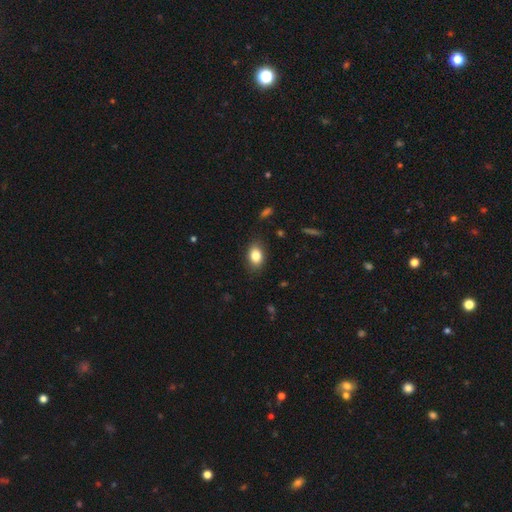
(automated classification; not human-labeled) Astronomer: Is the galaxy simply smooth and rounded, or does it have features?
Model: smooth — 83%.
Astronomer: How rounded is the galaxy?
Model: in between — 80%.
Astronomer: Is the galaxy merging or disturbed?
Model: none — 84%.